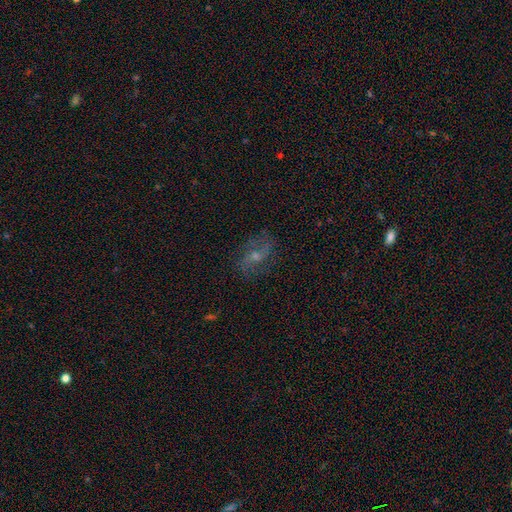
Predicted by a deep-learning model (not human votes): Overall: featured or disk (65%). Edge-on disk: no (95%). Bar: no (48%; weak 41%). Spiral arms: yes (87%). Spiral arm count: 2 (81%). Spiral winding: loose (53%; medium 35%). Bulge size: moderate (48%; small 43%). Merging: none (75%).